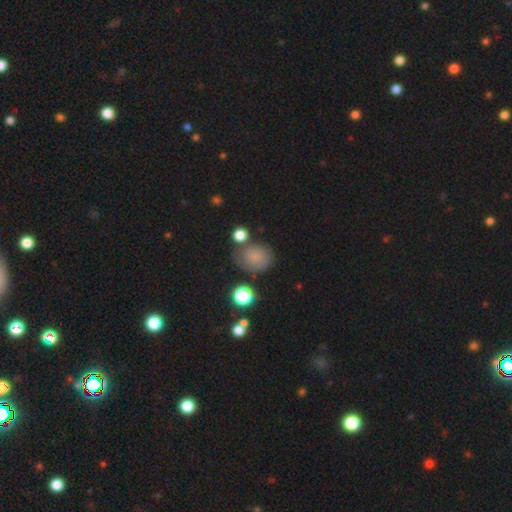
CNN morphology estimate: This appears to be a smooth galaxy with no disk features (75%) that is round (51%). Merging: none (59%).